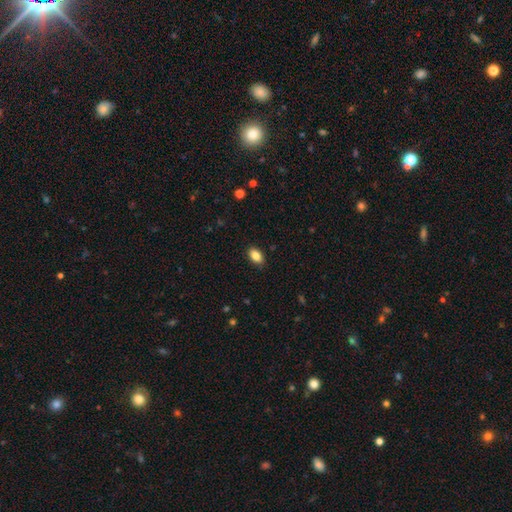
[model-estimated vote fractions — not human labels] The model was most divided on "merging": none: 87%, minor disturbance: 10%, major disturbance: 2%, merger: 1%. More confident: how rounded — in between (90%); smooth or featured — smooth (86%).